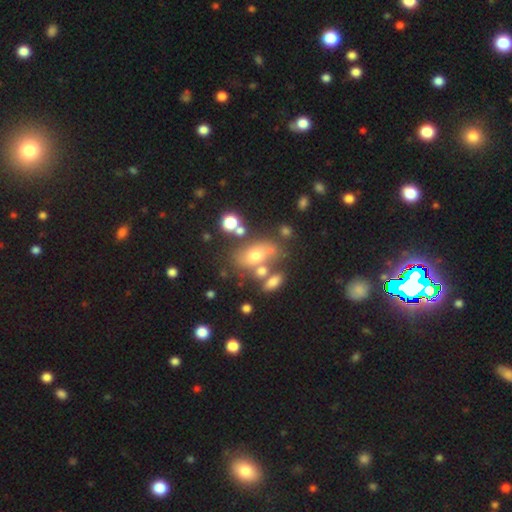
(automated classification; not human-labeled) Smooth or featured? Predicted: smooth (p=0.57). How rounded? Predicted: in between (p=0.78). Merging? Predicted: none (p=0.53).